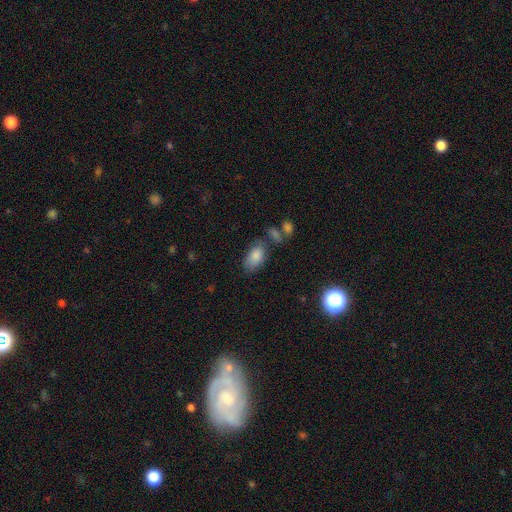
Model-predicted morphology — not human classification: Smooth or featured?
  - smooth: 80% *
  - star or artifact: 11%
  - featured or disk: 9%
How rounded?
  - in between: 91% *
  - round: 6%
  - cigar-shaped: 3%
Merging?
  - none: 63% *
  - minor disturbance: 20%
  - merger: 10%
  - major disturbance: 7%